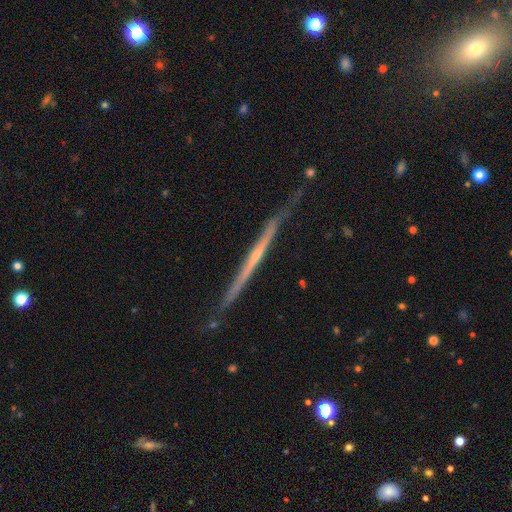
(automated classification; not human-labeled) Smooth or featured?
  - featured or disk: 79% *
  - smooth: 15%
  - star or artifact: 6%
Edge-on disk?
  - yes: 98% *
  - no: 2%
Edge-on bulge?
  - none: 56% *
  - rounded: 39%
  - boxy: 5%
Merging?
  - none: 79% *
  - minor disturbance: 16%
  - major disturbance: 2%
  - merger: 2%